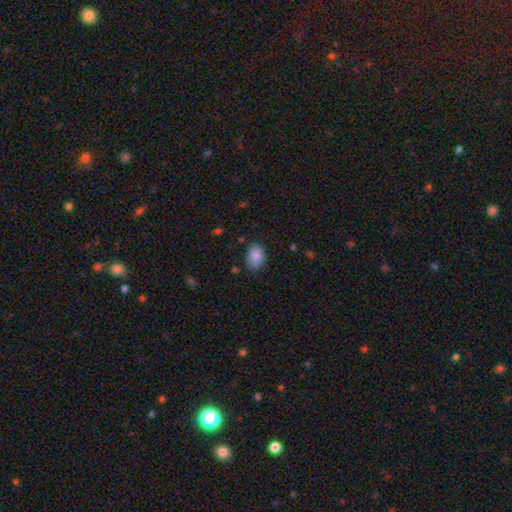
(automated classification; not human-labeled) smooth_or_featured: smooth (p=0.86) [alt: star or artifact p=0.07]
how_rounded: in between (p=0.81) [alt: round p=0.18]
merging: none (p=0.77) [alt: minor disturbance p=0.18]